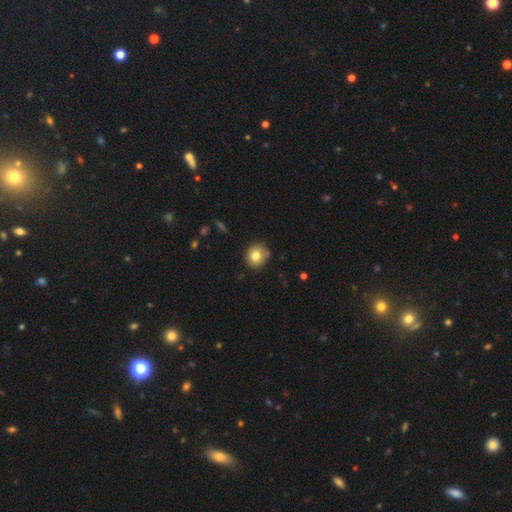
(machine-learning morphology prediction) The model was most divided on "smooth or featured": smooth: 80%, star or artifact: 10%, featured or disk: 10%. More confident: how rounded — round (86%); merging — none (83%).